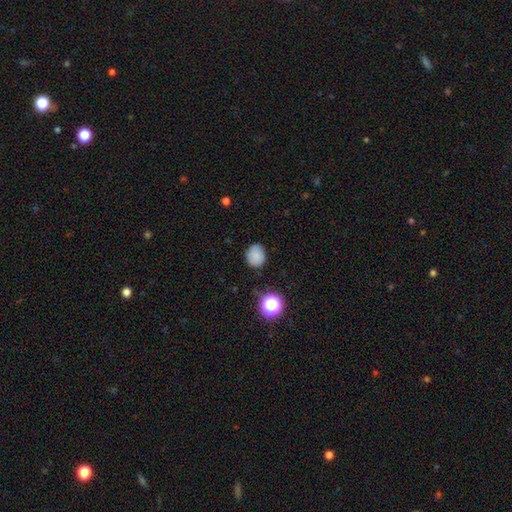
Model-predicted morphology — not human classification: Smooth or featured?
  - smooth: 83% *
  - star or artifact: 12%
  - featured or disk: 5%
How rounded?
  - round: 64% *
  - in between: 35%
  - cigar-shaped: 1%
Merging?
  - none: 80% *
  - minor disturbance: 15%
  - major disturbance: 3%
  - merger: 2%